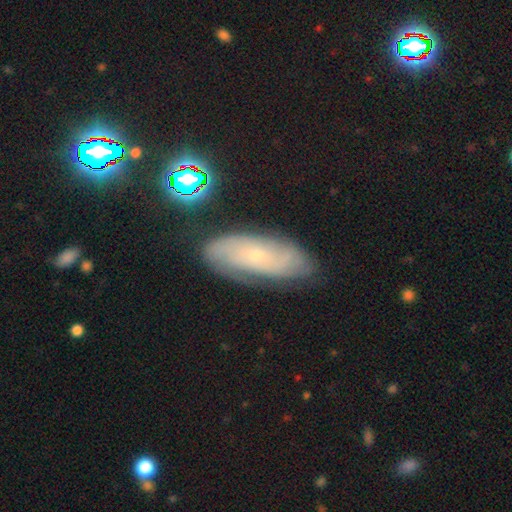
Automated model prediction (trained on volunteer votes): smooth_or_featured: featured or disk (p=0.65) [alt: smooth p=0.23]
disk_edge_on: no (p=0.88) [alt: yes p=0.12]
bar: no (p=0.80) [alt: weak p=0.16]
has_spiral_arms: yes (p=0.87) [alt: no p=0.13]
bulge_size: small (p=0.84) [alt: moderate p=0.12]
merging: none (p=0.78) [alt: minor disturbance p=0.16]